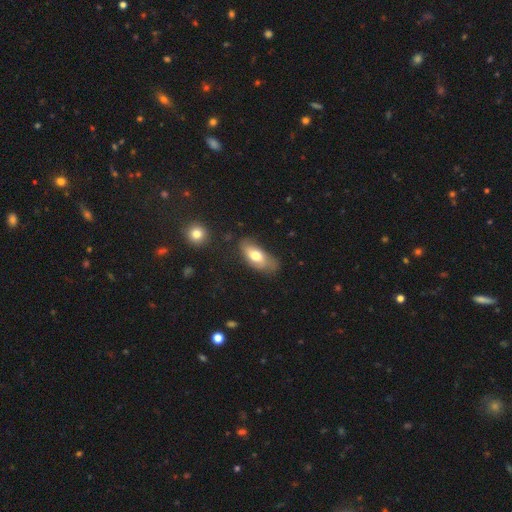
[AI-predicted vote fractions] This is likely a smooth galaxy (65%). How rounded: clearly in between (86%). Merging: possibly none (58%).